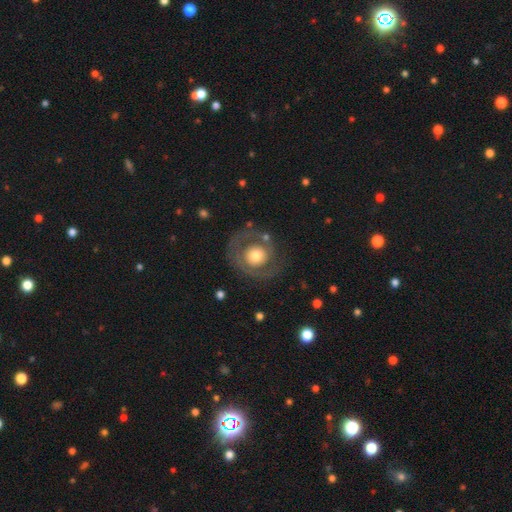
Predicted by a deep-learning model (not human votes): The model was most divided on "spiral arms": no: 57%, yes: 43%. More confident: edge-on disk — no (97%); bar — no (87%); merging — none (72%); smooth or featured — featured or disk (57%); bulge size — moderate (55%).